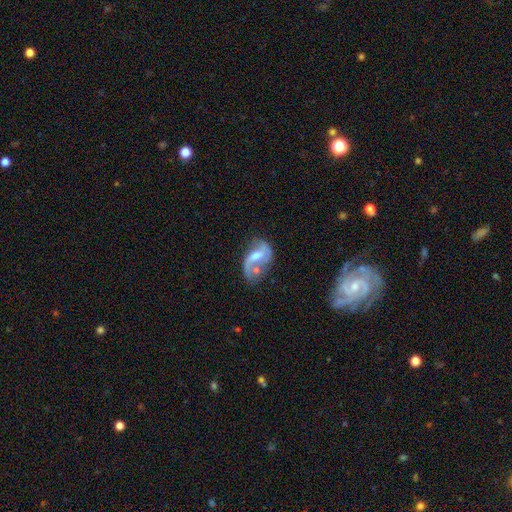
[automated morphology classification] This is likely a featured or disk galaxy (78%). It is clearly not viewed edge-on (96%). Bar: possibly weak (45%). Spiral arm pattern: clearly yes (87%). Spiral arm count: clearly 2 (80%). Spiral winding: likely loose (66%). Central bulge: likely moderate (61%). Merging: marginally none (44%).